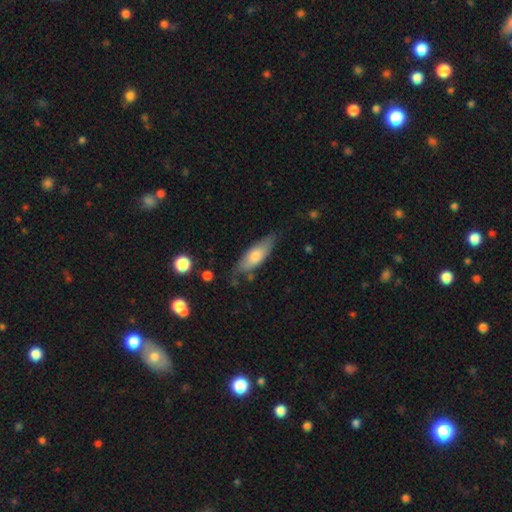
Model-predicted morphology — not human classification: smooth_or_featured: smooth (p=0.69) [alt: featured or disk p=0.26]
how_rounded: in between (p=0.61) [alt: cigar-shaped p=0.37]
merging: none (p=0.68) [alt: minor disturbance p=0.24]